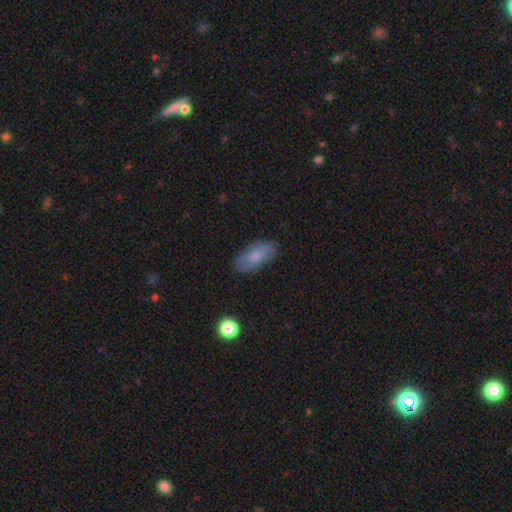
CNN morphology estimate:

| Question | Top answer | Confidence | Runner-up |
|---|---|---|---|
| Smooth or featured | smooth | 66% | featured or disk (27%) |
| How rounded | in between | 90% | cigar-shaped (7%) |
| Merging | none | 78% | minor disturbance (17%) |